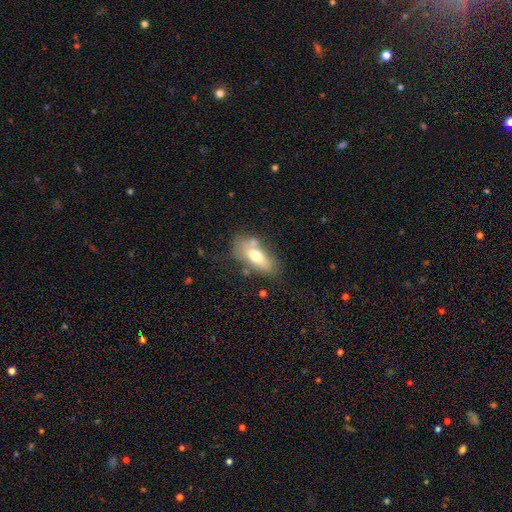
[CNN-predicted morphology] Q: Smooth or featured?
A: smooth (67%); runner-up: featured or disk (26%)
Q: How rounded?
A: in between (83%); runner-up: cigar-shaped (12%)
Q: Merging?
A: none (58%); runner-up: minor disturbance (21%)